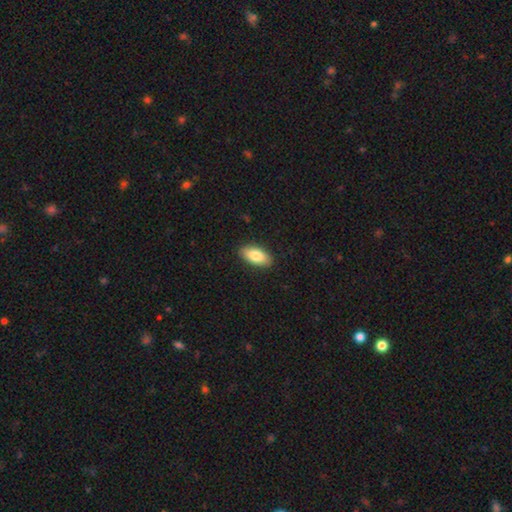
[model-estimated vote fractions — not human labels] A smooth galaxy with no disk features (84%) that is in between round and cigar-shaped (90%).

Vote fractions:
- Smooth or featured? smooth: 84% / featured or disk: 10% / star or artifact: 6%
- How rounded? in between: 90% / cigar-shaped: 8% / round: 2%
- Merging? none: 90% / minor disturbance: 8% / major disturbance: 2% / merger: 1%